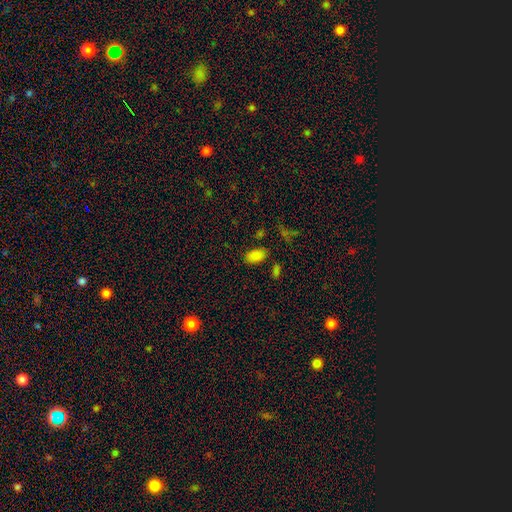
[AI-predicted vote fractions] Smooth or featured?
  - smooth: 83% *
  - star or artifact: 13%
  - featured or disk: 4%
How rounded?
  - in between: 93% *
  - round: 5%
  - cigar-shaped: 2%
Merging?
  - none: 81% *
  - minor disturbance: 11%
  - merger: 5%
  - major disturbance: 3%